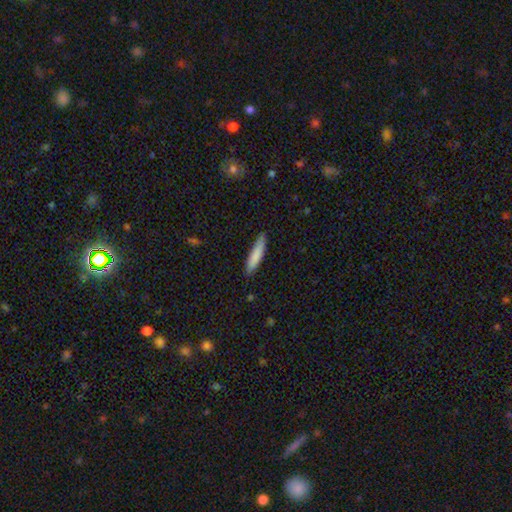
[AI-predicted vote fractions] Q: Smooth or featured?
A: smooth (83%); runner-up: featured or disk (11%)
Q: How rounded?
A: cigar-shaped (84%); runner-up: in between (15%)
Q: Merging?
A: none (84%); runner-up: minor disturbance (13%)